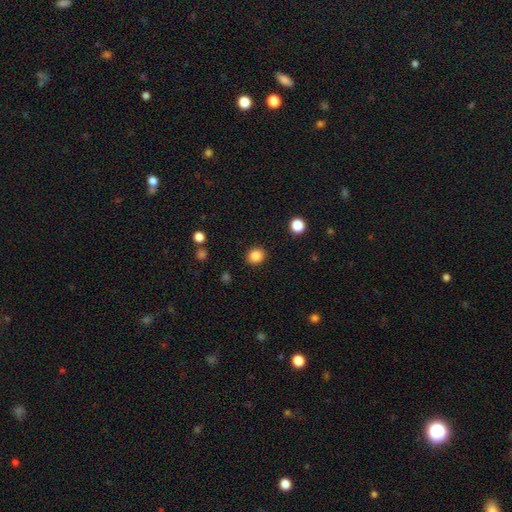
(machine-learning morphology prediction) This is clearly a smooth galaxy (86%). How rounded: likely round (80%). Merging: clearly none (91%).